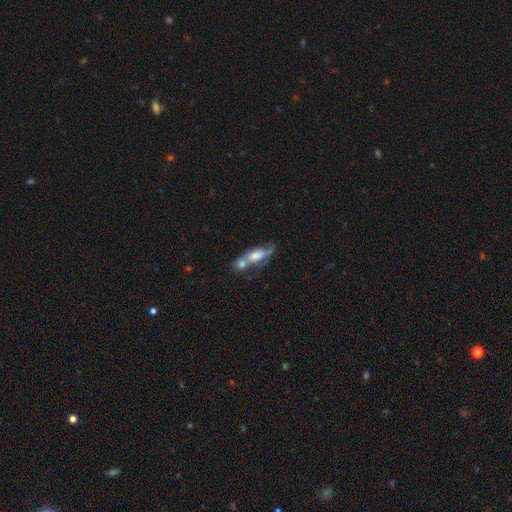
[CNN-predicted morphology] Smooth or featured: smooth — 47% (featured or disk — 43%)
Merging: merger — 47% (none — 28%)